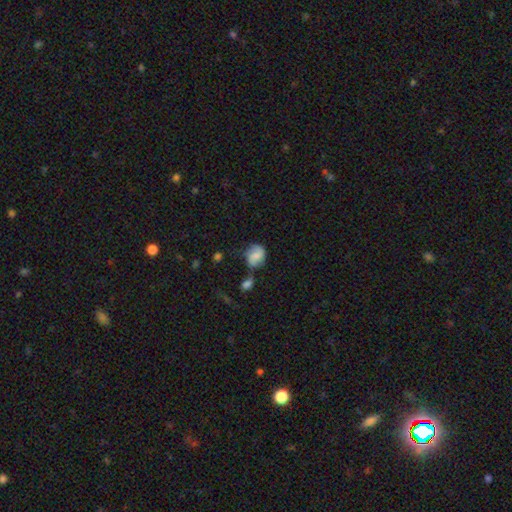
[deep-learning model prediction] Smooth or featured?
  - smooth: 57% *
  - featured or disk: 34%
  - star or artifact: 9%
How rounded?
  - round: 57% *
  - in between: 42%
  - cigar-shaped: 1%
Merging?
  - none: 48% *
  - minor disturbance: 25%
  - merger: 16%
  - major disturbance: 11%